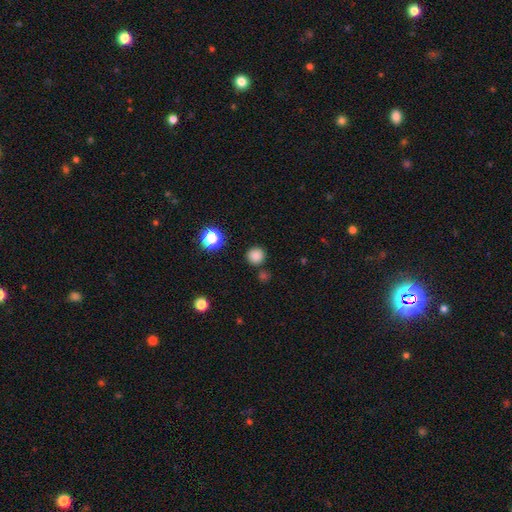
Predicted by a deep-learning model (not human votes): Smooth or featured? smooth (81%)
How rounded? round (94%)
Merging? none (84%)